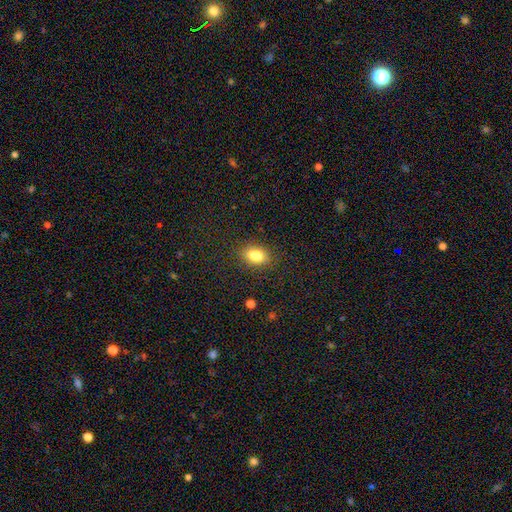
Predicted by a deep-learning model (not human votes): Smooth or featured?
  - smooth: 84% *
  - star or artifact: 10%
  - featured or disk: 6%
How rounded?
  - in between: 84% *
  - round: 13%
  - cigar-shaped: 2%
Merging?
  - none: 82% *
  - minor disturbance: 12%
  - major disturbance: 3%
  - merger: 2%